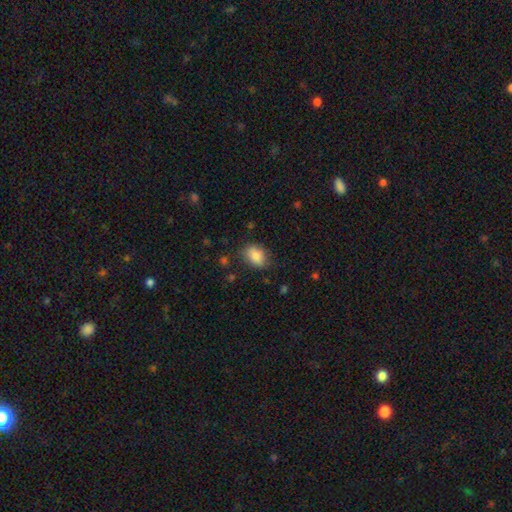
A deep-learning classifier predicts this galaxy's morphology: smooth_or_featured: smooth (p=0.84) [alt: star or artifact p=0.08]
how_rounded: in between (p=0.75) [alt: round p=0.24]
merging: none (p=0.76) [alt: minor disturbance p=0.18]